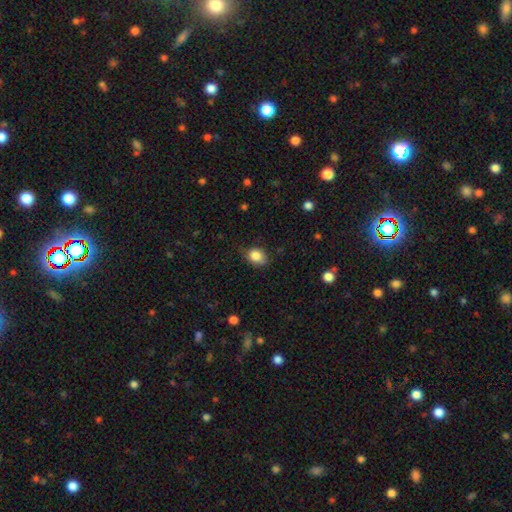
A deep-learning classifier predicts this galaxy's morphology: Q: Smooth or featured?
A: smooth (84%); runner-up: star or artifact (9%)
Q: How rounded?
A: in between (59%); runner-up: round (39%)
Q: Merging?
A: none (68%); runner-up: minor disturbance (26%)